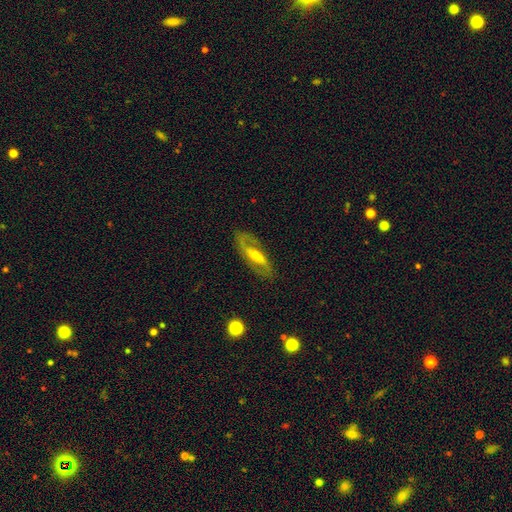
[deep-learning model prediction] Q: Smooth or featured?
A: featured or disk (74%); runner-up: smooth (20%)
Q: Edge-on disk?
A: no (86%); runner-up: yes (14%)
Q: Bar?
A: strong (38%); tied with: weak (38%)
Q: Spiral arms?
A: yes (84%); runner-up: no (16%)
Q: Spiral winding?
A: medium (45%); runner-up: loose (30%)
Q: Spiral arm count?
A: 2 (84%); runner-up: can't tell (8%)
Q: Bulge size?
A: moderate (49%); runner-up: small (43%)
Q: Merging?
A: none (79%); runner-up: minor disturbance (13%)